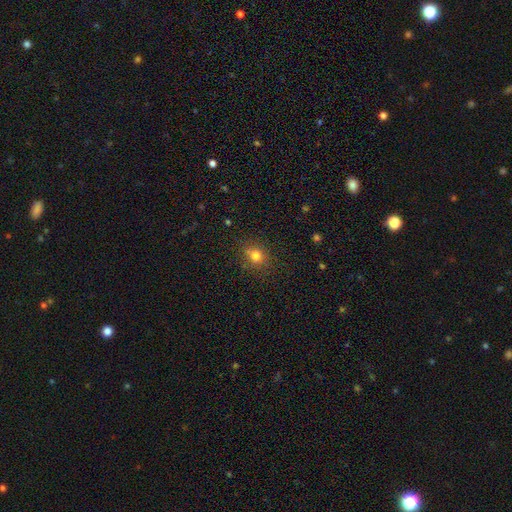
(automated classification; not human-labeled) A smooth galaxy with no disk features (77%) that is round (74%).

Vote fractions:
- Smooth or featured? smooth: 77% / star or artifact: 15% / featured or disk: 7%
- How rounded? round: 74% / in between: 25% / cigar-shaped: 1%
- Merging? none: 79% / minor disturbance: 12% / merger: 5% / major disturbance: 4%